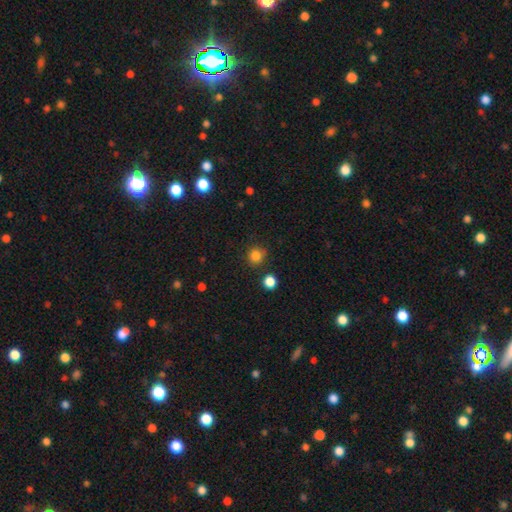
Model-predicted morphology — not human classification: This appears to be a smooth galaxy with no disk features (83%) that is round (90%). Merging: none (82%).